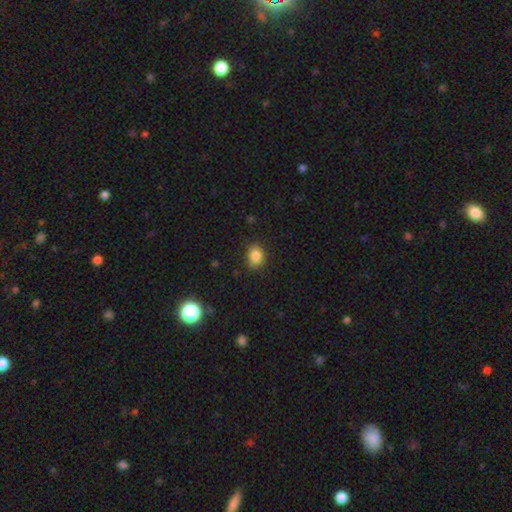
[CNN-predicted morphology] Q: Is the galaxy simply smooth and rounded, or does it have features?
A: smooth — 84%.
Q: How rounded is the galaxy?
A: in between — 58%.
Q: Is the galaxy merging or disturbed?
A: none — 79%.